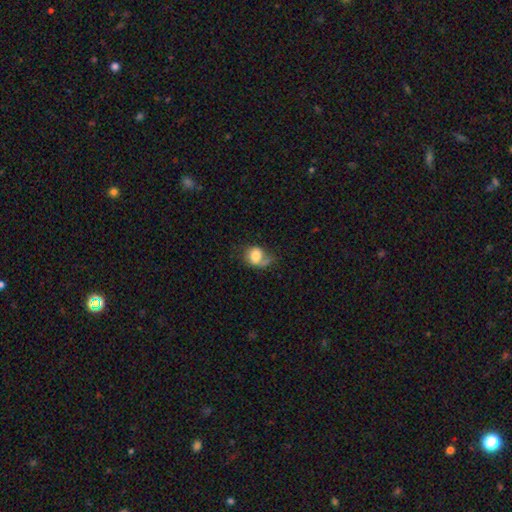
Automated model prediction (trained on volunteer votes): Q: Smooth or featured?
A: smooth (71%); runner-up: featured or disk (20%)
Q: How rounded?
A: round (58%); runner-up: in between (41%)
Q: Merging?
A: none (35%); runner-up: minor disturbance (31%)